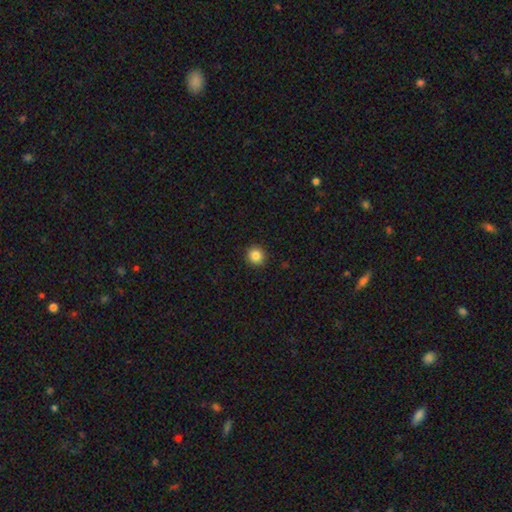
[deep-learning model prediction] smooth-or-featured: smooth: 86% | star or artifact: 10% | featured or disk: 4%
  how-rounded: round: 91% | in between: 8% | cigar-shaped: 1%
  merging: none: 93% | minor disturbance: 5% | major disturbance: 2% | merger: 1%